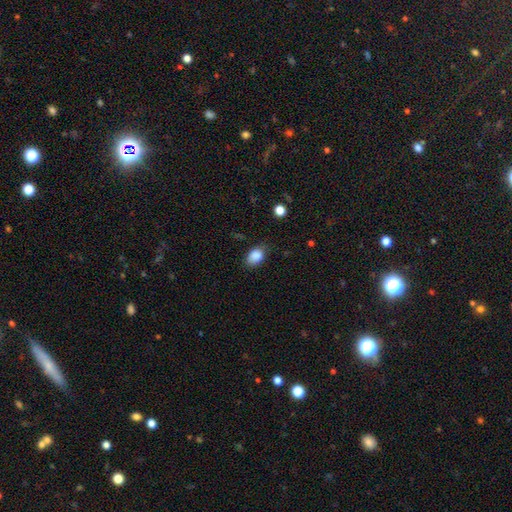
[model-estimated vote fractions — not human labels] smooth_or_featured: smooth (p=0.87) [alt: star or artifact p=0.08]
how_rounded: in between (p=0.81) [alt: round p=0.18]
merging: none (p=0.71) [alt: minor disturbance p=0.23]